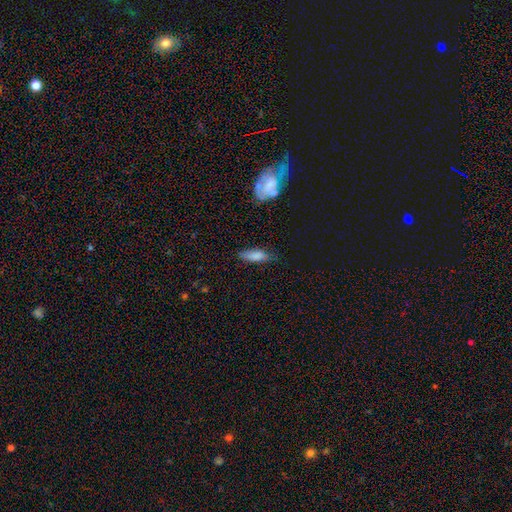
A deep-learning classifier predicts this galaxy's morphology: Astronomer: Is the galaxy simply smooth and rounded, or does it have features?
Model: smooth — 79%.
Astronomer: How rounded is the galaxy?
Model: in between — 59% (runner-up: cigar-shaped, 38%).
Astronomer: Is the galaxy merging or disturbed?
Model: none — 71%.